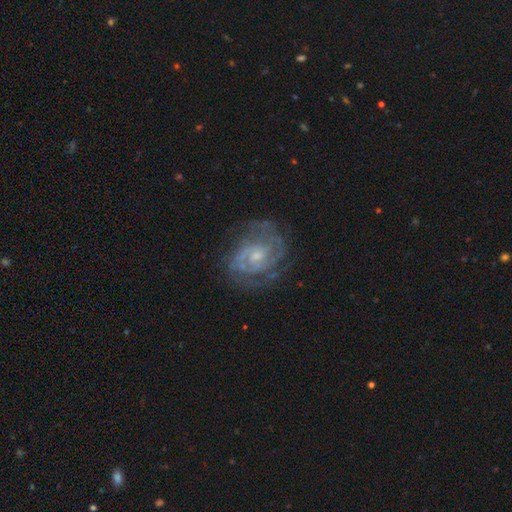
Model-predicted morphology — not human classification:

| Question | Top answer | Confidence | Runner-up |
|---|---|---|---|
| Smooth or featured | featured or disk | 83% | smooth (10%) |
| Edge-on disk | no | 98% | yes (2%) |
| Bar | no | 61% | weak (34%) |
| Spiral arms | yes | 90% | no (10%) |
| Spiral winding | tight | 57% | medium (34%) |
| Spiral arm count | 2 | 38% | can't tell (32%) |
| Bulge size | small | 60% | moderate (32%) |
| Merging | none | 69% | minor disturbance (18%) |